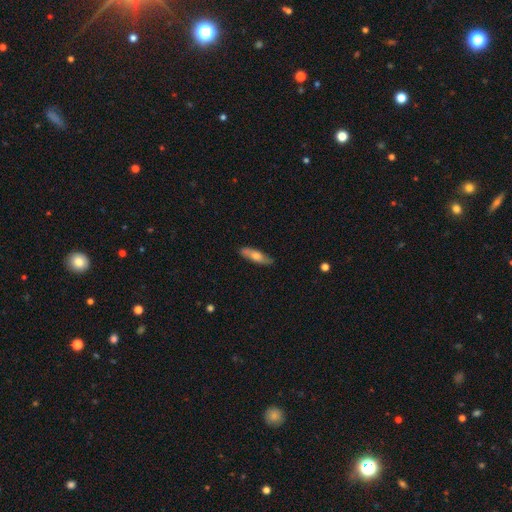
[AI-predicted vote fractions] Overall: smooth (62%; featured or disk 32%). How rounded: cigar-shaped (63%; in between 35%). Merging: none (85%).